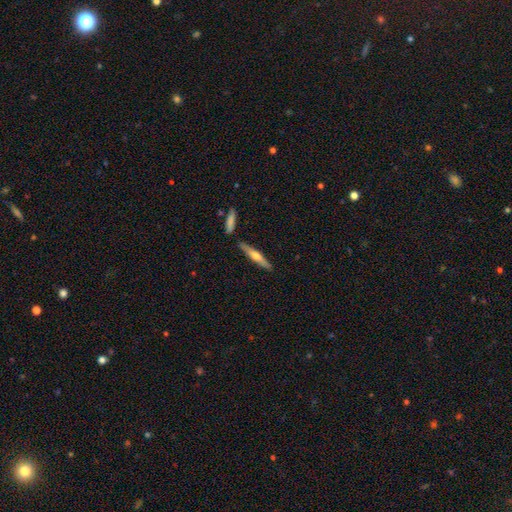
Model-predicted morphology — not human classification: Smooth or featured? featured or disk (49%)
Merging? none (83%)